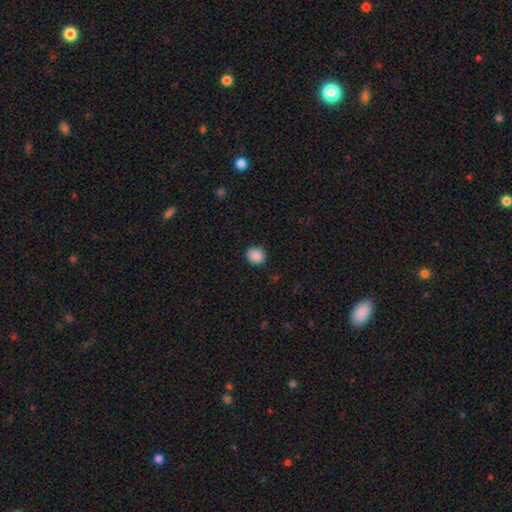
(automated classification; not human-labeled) smooth_or_featured: smooth (p=0.89) [alt: star or artifact p=0.09]
how_rounded: round (p=0.78) [alt: in between p=0.21]
merging: none (p=0.89) [alt: minor disturbance p=0.08]